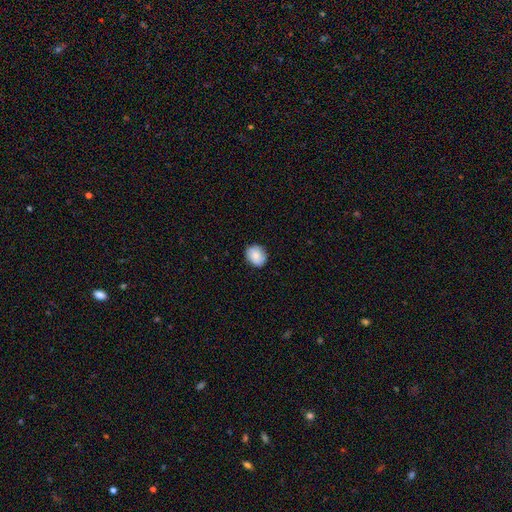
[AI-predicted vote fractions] Morphology: type=smooth (82%); roundness=round (58%); merging=none (84%).